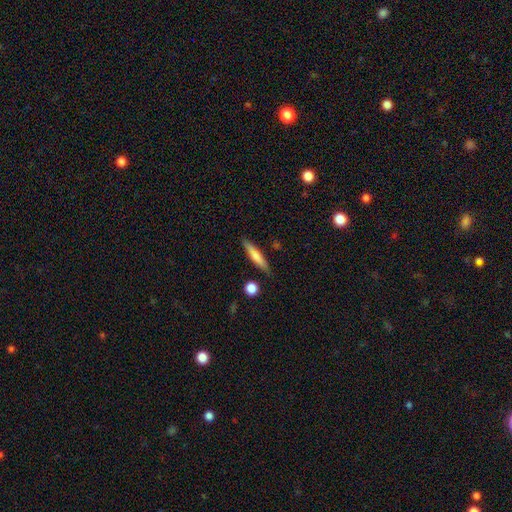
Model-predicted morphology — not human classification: smooth-or-featured: smooth: 60% | featured or disk: 34% | star or artifact: 7%
  how-rounded: cigar-shaped: 86% | in between: 12% | round: 2%
  merging: none: 83% | minor disturbance: 11% | merger: 4% | major disturbance: 3%